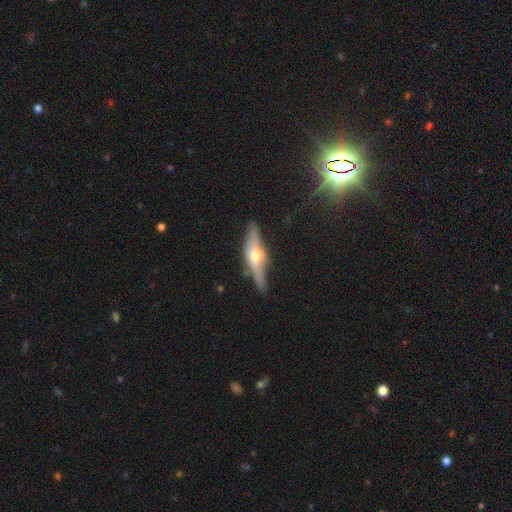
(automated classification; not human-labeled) smooth-or-featured: featured or disk: 73% | smooth: 18% | star or artifact: 9%
  disk-edge-on: yes: 91% | no: 9%
    edge-on-bulge: rounded: 85% | boxy: 12% | none: 3%
  merging: none: 77% | minor disturbance: 16% | major disturbance: 5% | merger: 2%